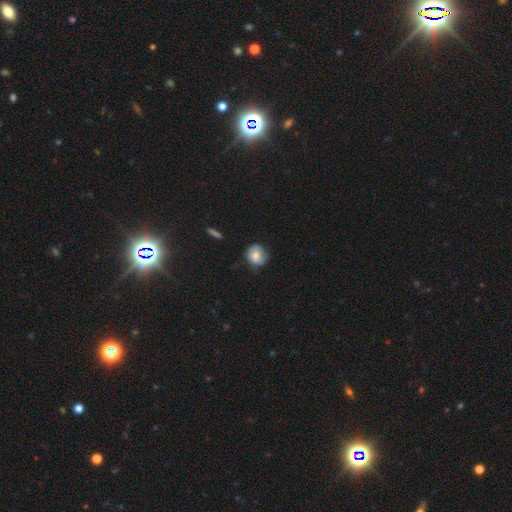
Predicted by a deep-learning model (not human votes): The model was most divided on "merging": none: 65%, minor disturbance: 27%, major disturbance: 7%, merger: 2%. More confident: how rounded — round (80%); smooth or featured — smooth (67%).